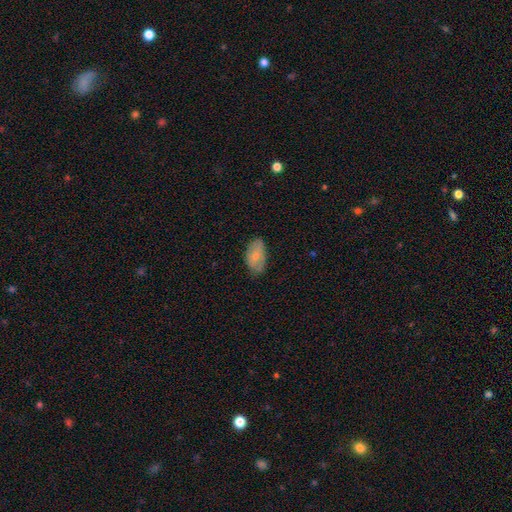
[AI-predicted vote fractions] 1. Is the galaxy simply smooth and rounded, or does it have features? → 71% smooth, 23% featured or disk, 6% star or artifact.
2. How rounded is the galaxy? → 93% in between, 5% round, 2% cigar-shaped.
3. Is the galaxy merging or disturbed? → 65% none, 28% minor disturbance, 6% major disturbance, 1% merger.